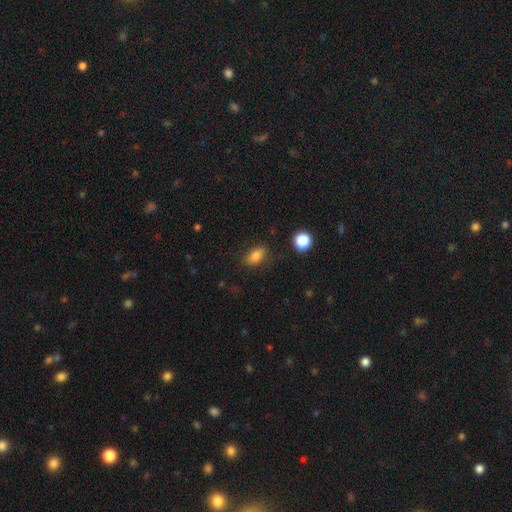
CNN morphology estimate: A smooth galaxy with no disk features (79%) that is in between round and cigar-shaped (81%). Merging: none (79%).